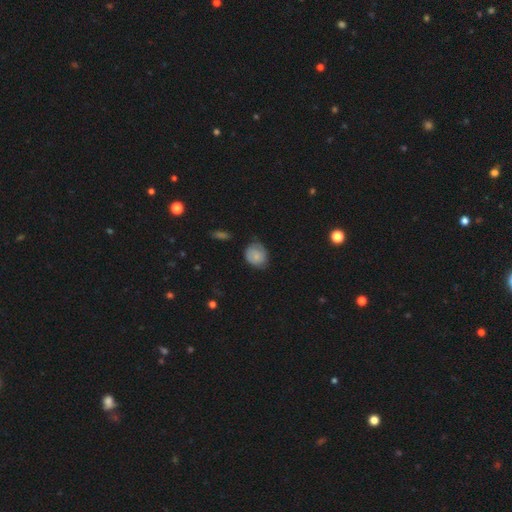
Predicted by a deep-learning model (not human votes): smooth_or_featured: smooth (p=0.66) [alt: featured or disk p=0.25]
how_rounded: round (p=0.64) [alt: in between p=0.35]
merging: none (p=0.58) [alt: minor disturbance p=0.32]